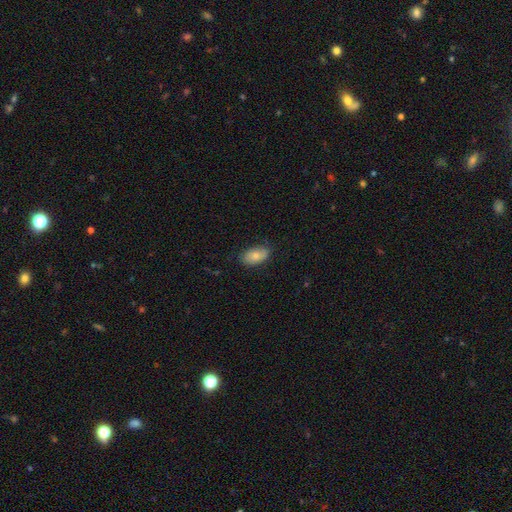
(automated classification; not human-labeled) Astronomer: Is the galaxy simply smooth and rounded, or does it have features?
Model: smooth — 78%.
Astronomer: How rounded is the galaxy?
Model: in between — 93%.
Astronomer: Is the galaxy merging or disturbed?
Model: none — 76%.